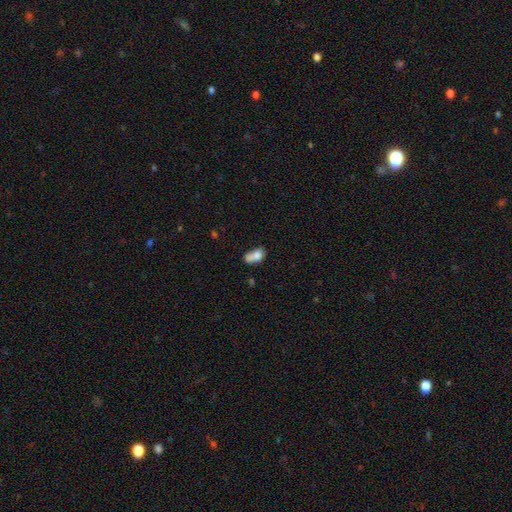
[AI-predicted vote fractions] Q: Smooth or featured?
A: smooth (71%); runner-up: featured or disk (19%)
Q: How rounded?
A: in between (71%); runner-up: round (27%)
Q: Merging?
A: merger (54%); runner-up: none (24%)